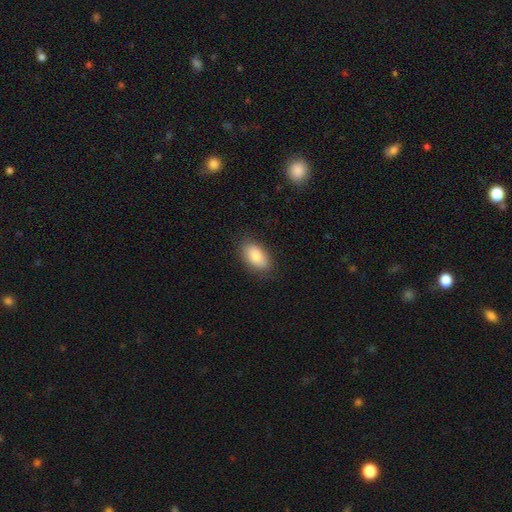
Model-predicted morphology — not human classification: smooth 85%, featured or disk 8%, star or artifact 7%. Down the decision tree: how rounded — in between (92%); merging — none (84%).